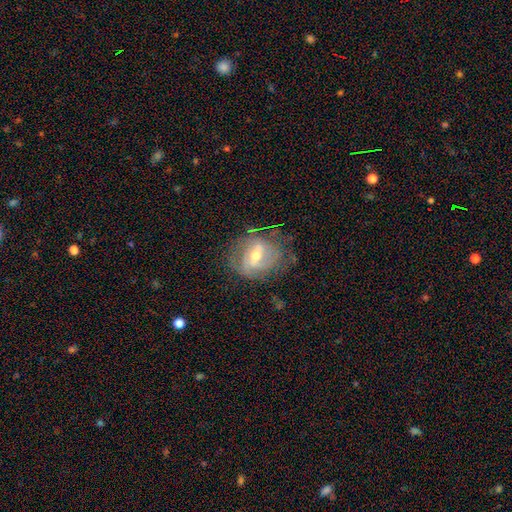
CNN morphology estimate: A featured or disk galaxy (72%) with a weak bar (47%), spiral arms (72%) and a moderate central bulge (63%). Merging: none (59%).